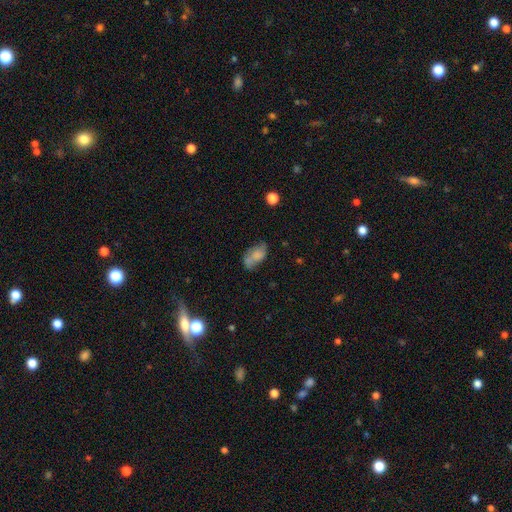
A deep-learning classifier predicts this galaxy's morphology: The model was most divided on "merging": none: 46%, minor disturbance: 31%, major disturbance: 15%, merger: 8%. More confident: how rounded — in between (91%); smooth or featured — smooth (68%).